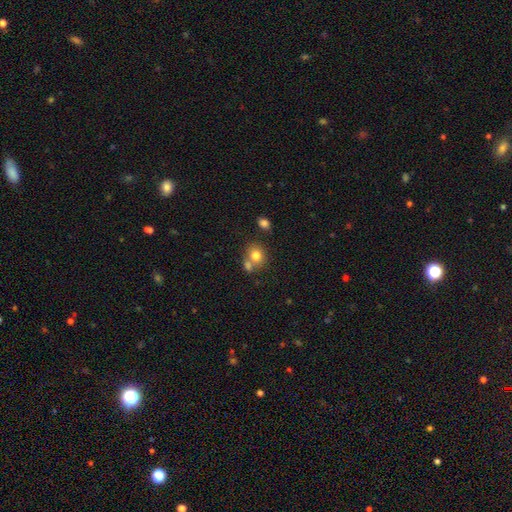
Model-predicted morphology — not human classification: A smooth galaxy with no disk features (78%) that is round (69%).

Vote fractions:
- Smooth or featured? smooth: 78% / featured or disk: 11% / star or artifact: 11%
- How rounded? round: 69% / in between: 30% / cigar-shaped: 1%
- Merging? none: 46% / merger: 39% / minor disturbance: 10% / major disturbance: 4%